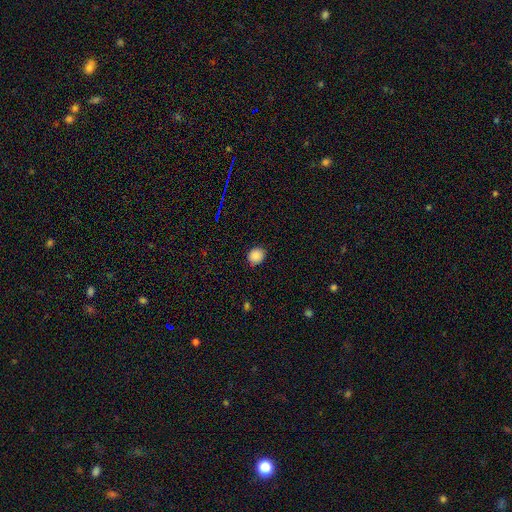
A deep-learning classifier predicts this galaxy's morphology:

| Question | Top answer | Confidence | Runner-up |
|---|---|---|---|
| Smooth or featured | smooth | 87% | star or artifact (10%) |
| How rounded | round | 80% | in between (19%) |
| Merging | none | 85% | minor disturbance (12%) |